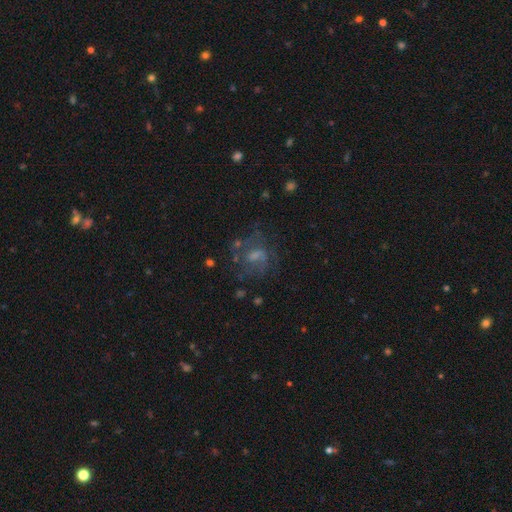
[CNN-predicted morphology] Q: Smooth or featured?
A: featured or disk (57%); runner-up: smooth (29%)
Q: Edge-on disk?
A: no (97%); runner-up: yes (3%)
Q: Bar?
A: no (45%); runner-up: weak (44%)
Q: Spiral arms?
A: yes (66%); runner-up: no (34%)
Q: Bulge size?
A: moderate (36%); runner-up: small (31%)
Q: Merging?
A: none (51%); runner-up: major disturbance (25%)